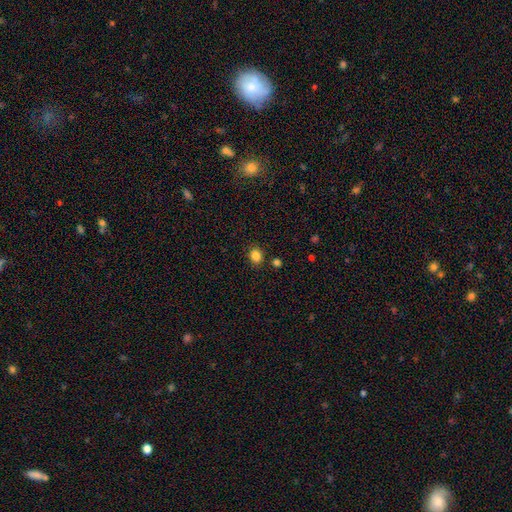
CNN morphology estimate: Smooth or featured?
  - smooth: 84% *
  - star or artifact: 12%
  - featured or disk: 4%
How rounded?
  - round: 65% *
  - in between: 34%
  - cigar-shaped: 1%
Merging?
  - none: 84% *
  - minor disturbance: 9%
  - merger: 4%
  - major disturbance: 3%